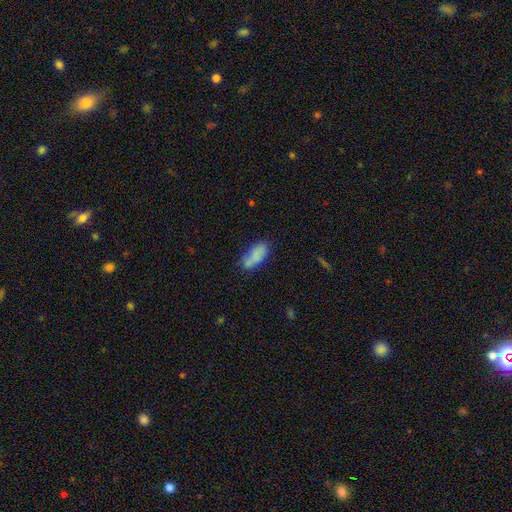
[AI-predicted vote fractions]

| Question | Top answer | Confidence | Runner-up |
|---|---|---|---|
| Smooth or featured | smooth | 79% | featured or disk (12%) |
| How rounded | in between | 85% | cigar-shaped (13%) |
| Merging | none | 56% | minor disturbance (23%) |